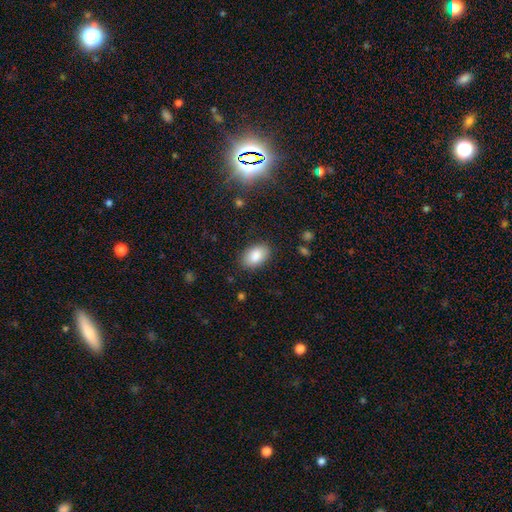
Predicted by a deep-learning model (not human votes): A smooth galaxy with no disk features (86%) that is in between round and cigar-shaped (92%). Merging: none (86%).